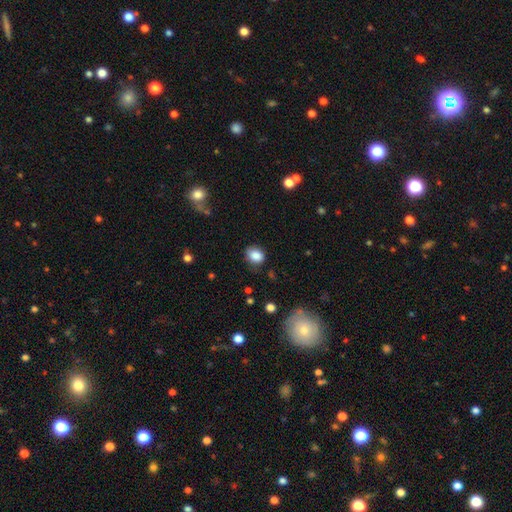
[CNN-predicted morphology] Overall: smooth (85%). How rounded: round (50%; in between 48%). Merging: none (75%).